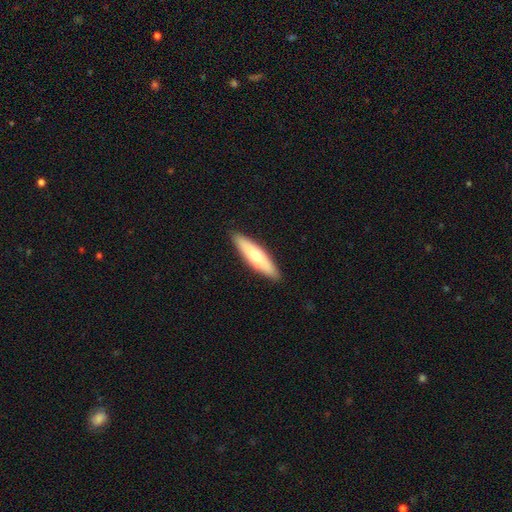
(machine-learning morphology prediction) Smooth or featured?
  - smooth: 63% *
  - featured or disk: 32%
  - star or artifact: 5%
How rounded?
  - cigar-shaped: 73% *
  - in between: 25%
  - round: 2%
Merging?
  - none: 89% *
  - minor disturbance: 8%
  - major disturbance: 2%
  - merger: 1%